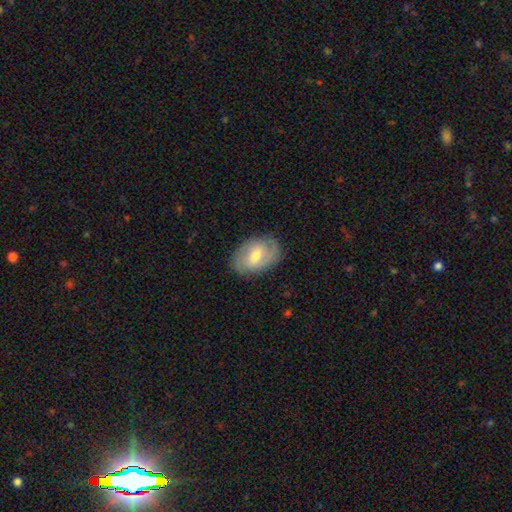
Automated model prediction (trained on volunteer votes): A featured or disk galaxy (55%) with a weak bar (51%), spiral arms (75%) and a moderate central bulge (61%).

Vote fractions:
- Smooth or featured? featured or disk: 55% / smooth: 39% / star or artifact: 6%
- Edge-on disk? no: 94% / yes: 6%
- Bar? weak: 51% / no: 35% / strong: 15%
- Spiral arms? yes: 75% / no: 25%
- Bulge size? moderate: 61% / small: 32% / large: 5% / none: 2% / dominant: 1%
- Merging? none: 79% / minor disturbance: 15% / major disturbance: 5% / merger: 1%